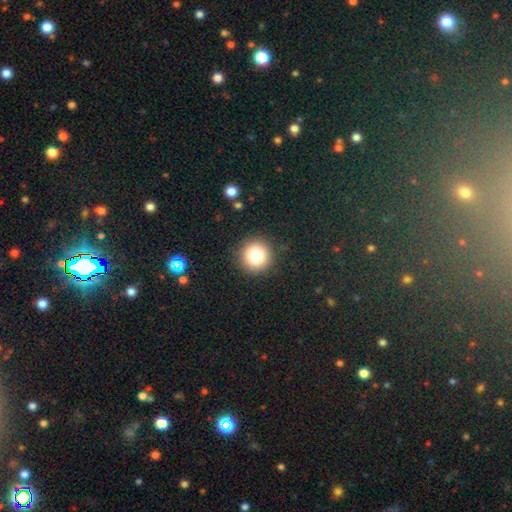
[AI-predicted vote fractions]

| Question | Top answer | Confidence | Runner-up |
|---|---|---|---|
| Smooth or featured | smooth | 82% | star or artifact (11%) |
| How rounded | round | 95% | in between (4%) |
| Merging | none | 91% | minor disturbance (6%) |